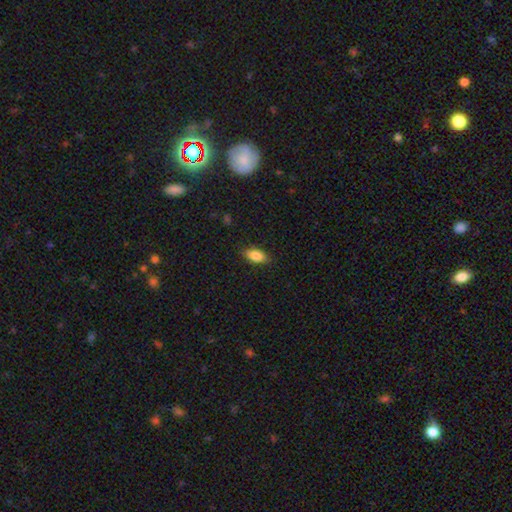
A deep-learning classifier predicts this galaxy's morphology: The model was most divided on "merging": none: 84%, minor disturbance: 13%, major disturbance: 2%, merger: 1%. More confident: how rounded — in between (87%); smooth or featured — smooth (83%).